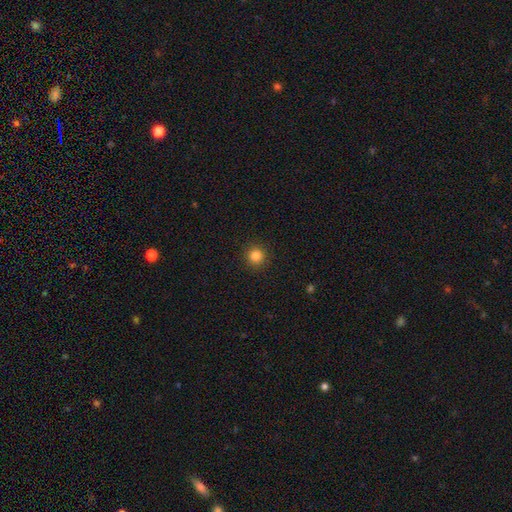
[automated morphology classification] Smooth or featured? smooth (84%)
How rounded? round (95%)
Merging? none (92%)